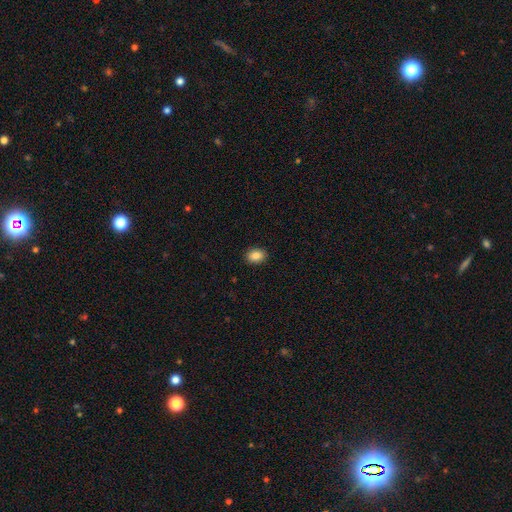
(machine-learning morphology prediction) Smooth or featured? Predicted: smooth (p=0.87). How rounded? Predicted: in between (p=0.63). Merging? Predicted: none (p=0.91).